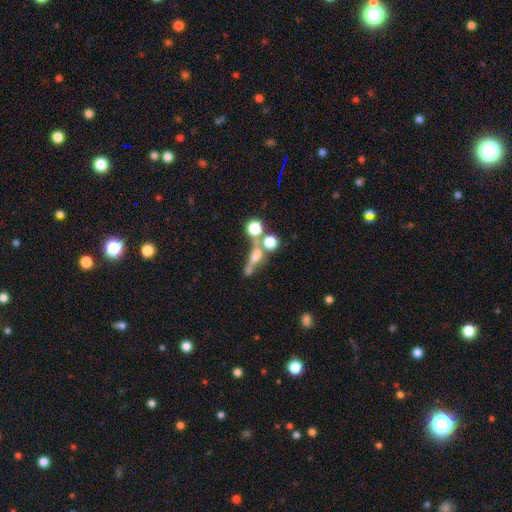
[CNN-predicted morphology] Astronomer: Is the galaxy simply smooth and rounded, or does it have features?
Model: smooth — 43% (runner-up: featured or disk, 37%).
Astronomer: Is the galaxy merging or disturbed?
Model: none — 40% (runner-up: merger, 34%).